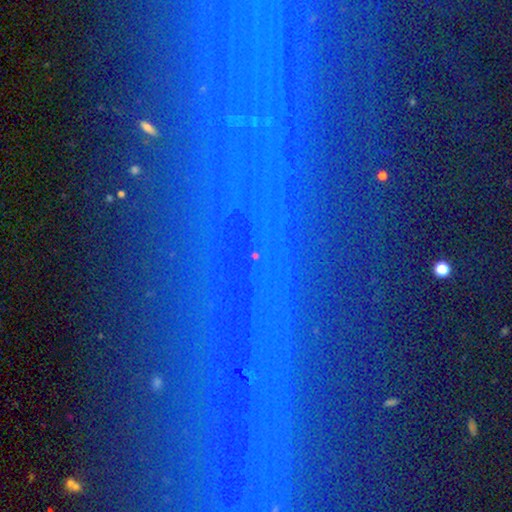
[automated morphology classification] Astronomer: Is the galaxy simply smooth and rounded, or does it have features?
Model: star or artifact — 77%.